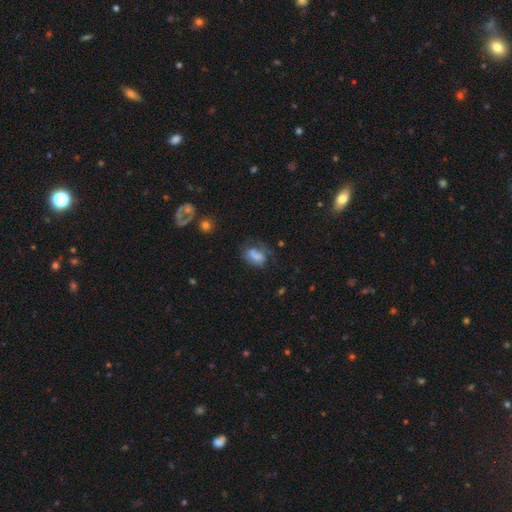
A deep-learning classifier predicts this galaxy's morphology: A smooth galaxy with no disk features (57%) that is in between round and cigar-shaped (82%). Merging: none (39%).